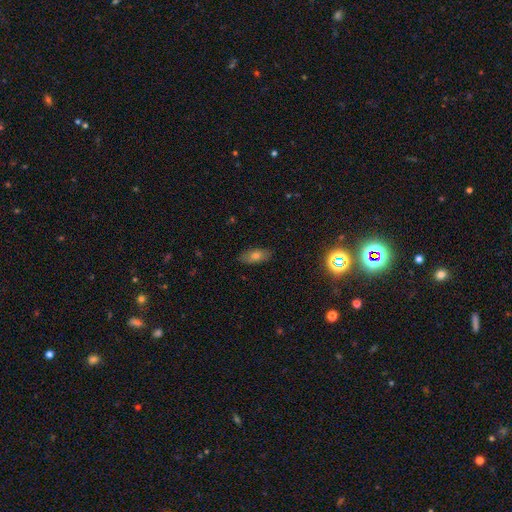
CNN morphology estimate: Overall: smooth (70%). How rounded: in between (81%). Merging: none (86%).